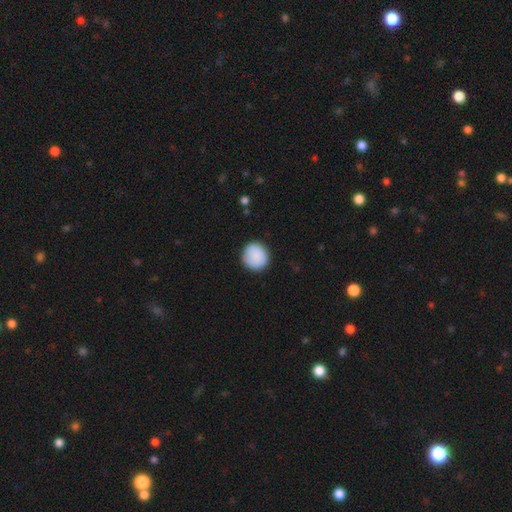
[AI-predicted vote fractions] A smooth galaxy with no disk features (89%) that is round (91%). Merging: none (89%).